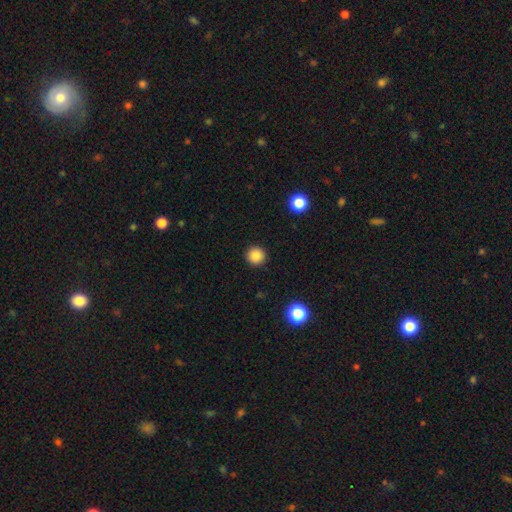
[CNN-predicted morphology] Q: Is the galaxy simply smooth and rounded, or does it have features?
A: smooth — 86%.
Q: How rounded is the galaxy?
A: round — 95%.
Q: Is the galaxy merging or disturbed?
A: none — 93%.